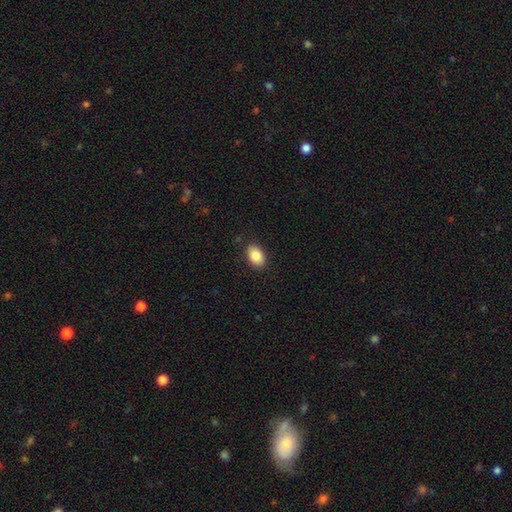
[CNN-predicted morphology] Overall: smooth (86%). How rounded: in between (88%). Merging: none (88%).